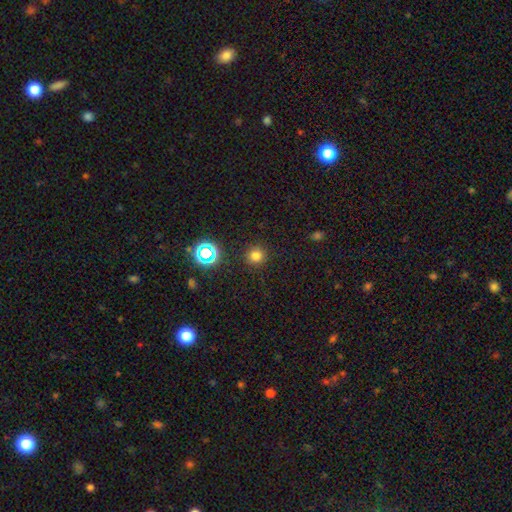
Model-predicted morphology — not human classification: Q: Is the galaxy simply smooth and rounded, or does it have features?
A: smooth — 75%.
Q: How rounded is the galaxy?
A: round — 94%.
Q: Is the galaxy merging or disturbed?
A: none — 90%.